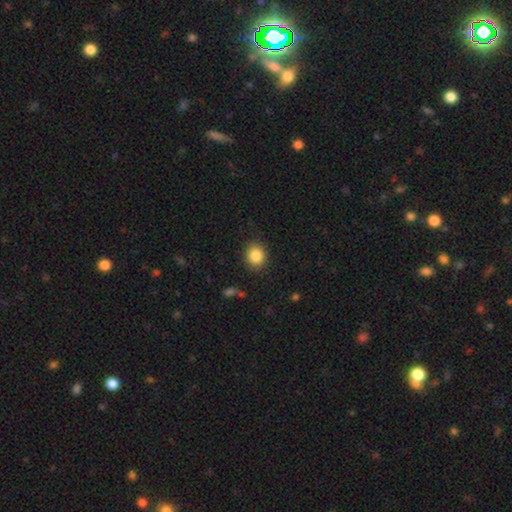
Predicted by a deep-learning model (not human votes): A smooth galaxy with no disk features (85%) that is round (74%). Merging: none (88%).